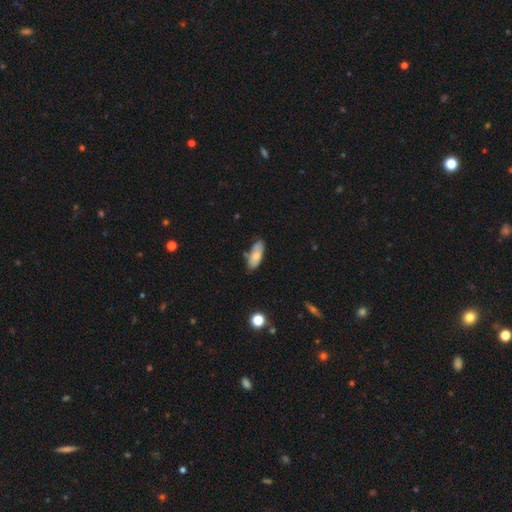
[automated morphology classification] Smooth or featured? smooth (77%)
How rounded? in between (76%)
Merging? none (68%)